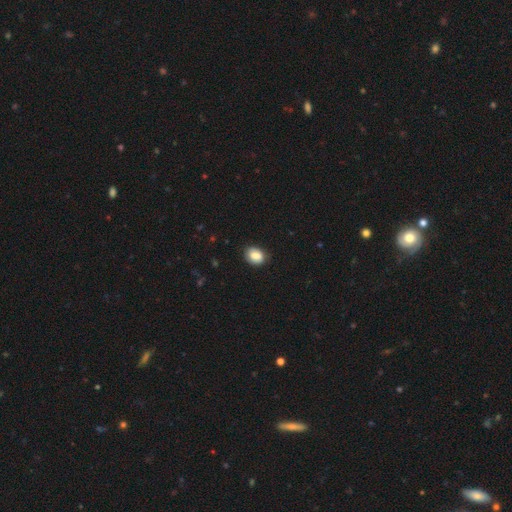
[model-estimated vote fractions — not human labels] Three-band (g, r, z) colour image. It shows a smooth galaxy with no disk features (84%) that is in between round and cigar-shaped (66%). Merging: none (82%).